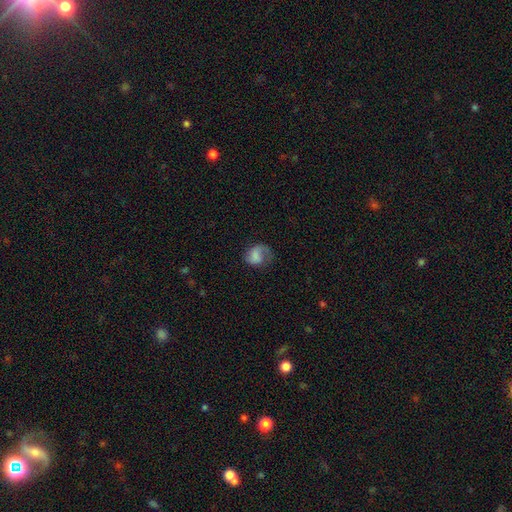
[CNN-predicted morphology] A smooth galaxy with no disk features (53%) that is round (53%).

Vote fractions:
- Smooth or featured? smooth: 53% / featured or disk: 38% / star or artifact: 9%
- How rounded? round: 53% / in between: 46% / cigar-shaped: 1%
- Merging? none: 45% / major disturbance: 28% / minor disturbance: 25% / merger: 2%